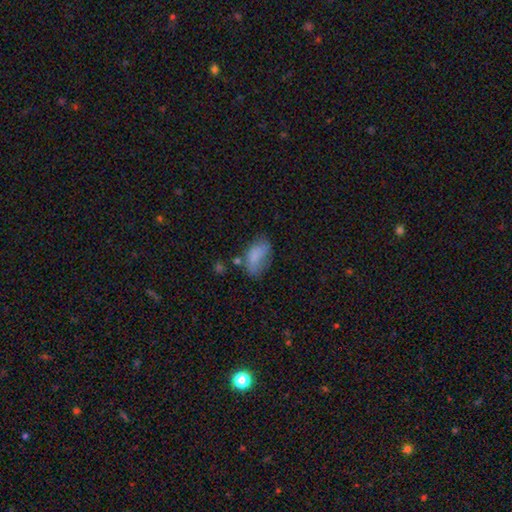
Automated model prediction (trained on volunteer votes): smooth-or-featured: smooth: 75% | featured or disk: 16% | star or artifact: 9%
  how-rounded: in between: 92% | round: 6% | cigar-shaped: 2%
  merging: none: 47% | minor disturbance: 30% | major disturbance: 15% | merger: 8%